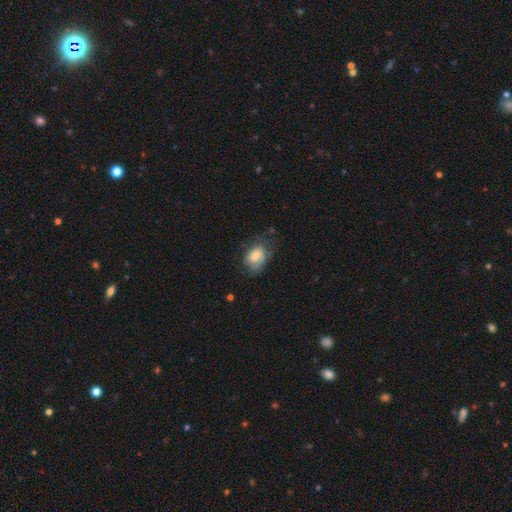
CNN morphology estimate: The model was most divided on "merging": none: 51%, minor disturbance: 30%, major disturbance: 17%, merger: 2%. More confident: how rounded — in between (77%); smooth or featured — smooth (61%).